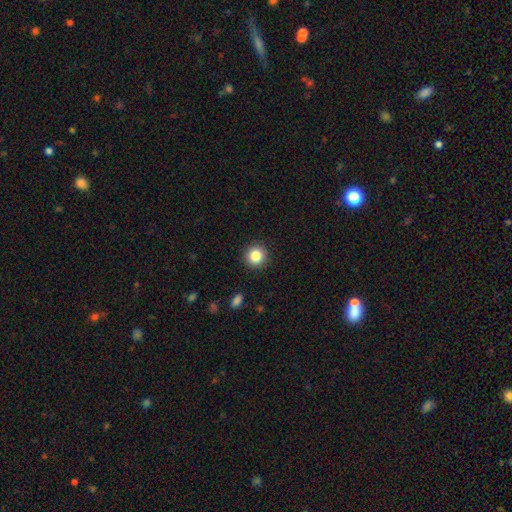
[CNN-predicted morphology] Smooth or featured? smooth (85%)
How rounded? round (94%)
Merging? none (91%)